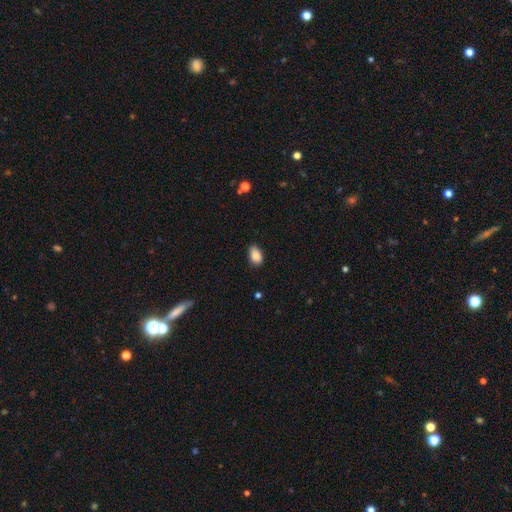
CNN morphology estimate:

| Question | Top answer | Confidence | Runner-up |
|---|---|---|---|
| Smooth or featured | smooth | 87% | star or artifact (8%) |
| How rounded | in between | 89% | round (9%) |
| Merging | none | 78% | minor disturbance (18%) |